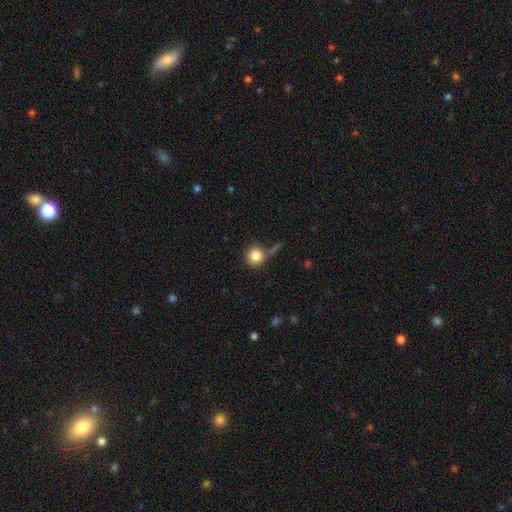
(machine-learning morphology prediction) Smooth or featured?
  - smooth: 83% *
  - star or artifact: 9%
  - featured or disk: 7%
How rounded?
  - round: 92% *
  - in between: 7%
  - cigar-shaped: 1%
Merging?
  - none: 63% *
  - minor disturbance: 15%
  - merger: 14%
  - major disturbance: 9%